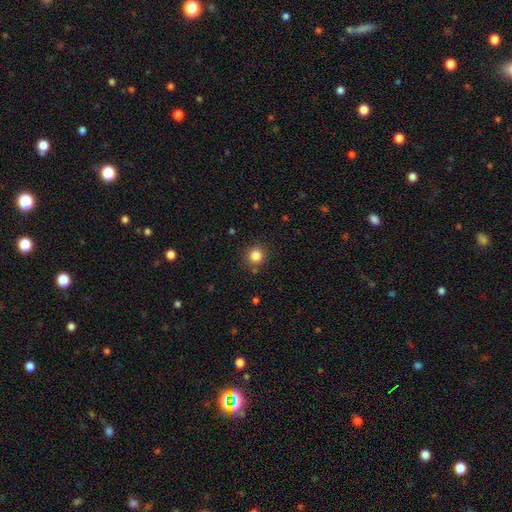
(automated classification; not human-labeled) Smooth or featured?
  - smooth: 84% *
  - star or artifact: 12%
  - featured or disk: 4%
How rounded?
  - round: 90% *
  - in between: 9%
  - cigar-shaped: 1%
Merging?
  - none: 86% *
  - minor disturbance: 8%
  - merger: 3%
  - major disturbance: 3%